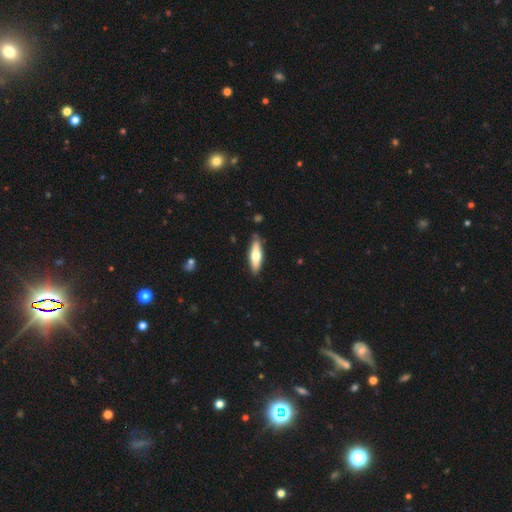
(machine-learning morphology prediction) smooth 57%, featured or disk 38%, star or artifact 5%. Down the decision tree: how rounded — cigar-shaped (62%); merging — none (86%).